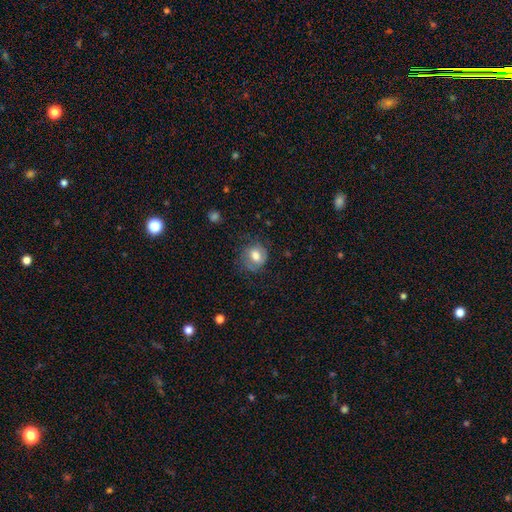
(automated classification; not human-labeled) The model was most divided on "merging": none: 65%, minor disturbance: 22%, major disturbance: 12%, merger: 1%. More confident: how rounded — round (73%); smooth or featured — smooth (67%).